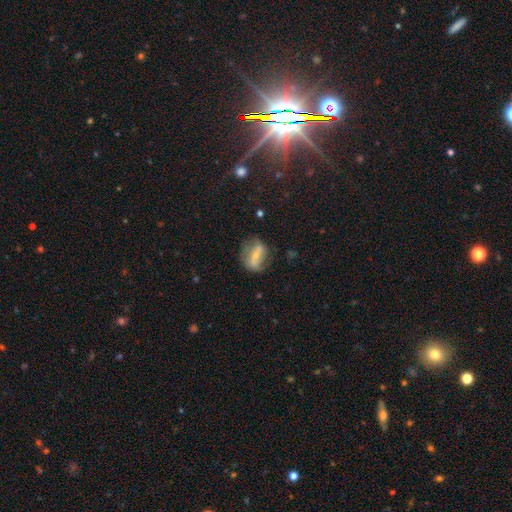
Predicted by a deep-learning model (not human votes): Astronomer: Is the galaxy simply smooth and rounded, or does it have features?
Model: featured or disk — 56% (runner-up: smooth, 35%).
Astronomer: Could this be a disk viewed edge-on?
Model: no — 92%.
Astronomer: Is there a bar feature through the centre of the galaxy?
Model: strong — 44% (runner-up: weak, 31%).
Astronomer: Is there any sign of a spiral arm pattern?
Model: yes — 55% (runner-up: no, 45%).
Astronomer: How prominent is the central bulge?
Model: small — 51% (runner-up: moderate, 39%).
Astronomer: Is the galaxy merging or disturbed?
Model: none — 59%.